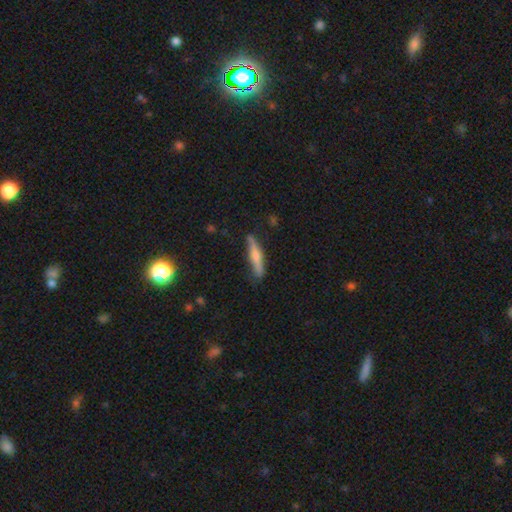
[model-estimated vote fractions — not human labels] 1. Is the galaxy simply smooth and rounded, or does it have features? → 47% featured or disk, 46% smooth, 7% star or artifact.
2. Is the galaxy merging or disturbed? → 83% none, 13% minor disturbance, 2% major disturbance, 2% merger.